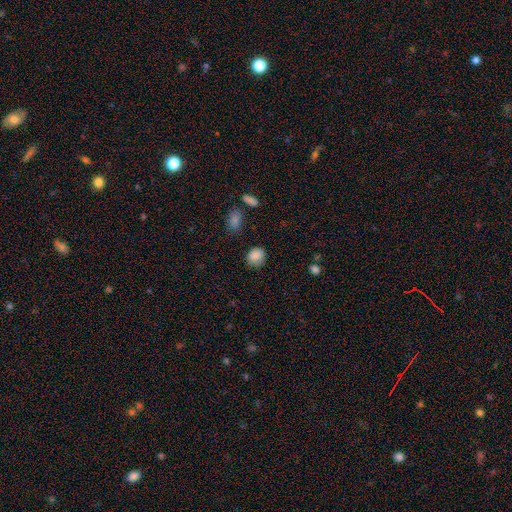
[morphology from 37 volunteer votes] smooth-or-featured: smooth: 95% | star or artifact: 5% | featured or disk: 0%
  how-rounded: round: 83% | in between: 14% | cigar-shaped: 3%
  merging: none: 89% | major disturbance: 6% | minor disturbance: 3% | merger: 3%